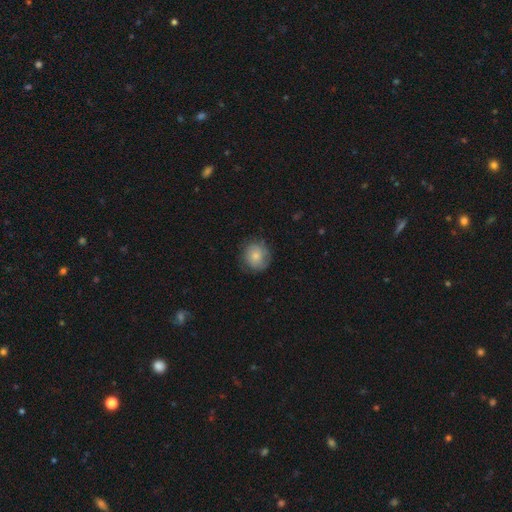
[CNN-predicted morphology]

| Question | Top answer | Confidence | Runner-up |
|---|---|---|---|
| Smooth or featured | smooth | 74% | featured or disk (18%) |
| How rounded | round | 87% | in between (12%) |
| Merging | none | 76% | minor disturbance (18%) |